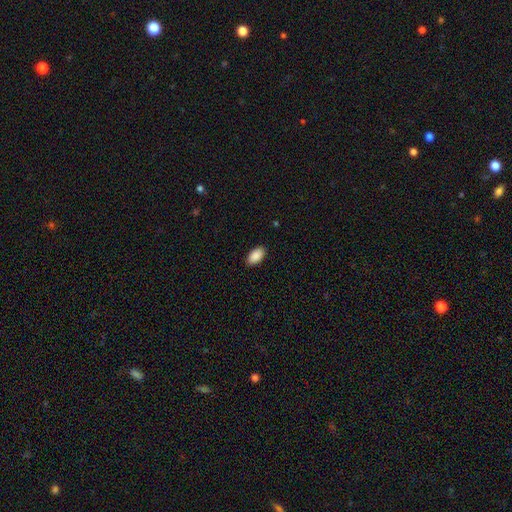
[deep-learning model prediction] Overall: smooth (90%). How rounded: in between (95%). Merging: none (89%).